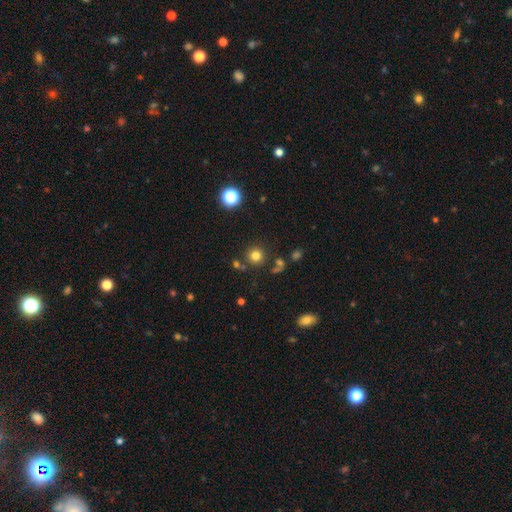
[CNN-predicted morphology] Smooth or featured? Predicted: smooth (p=0.76). How rounded? Predicted: round (p=0.93). Merging? Predicted: none (p=0.80).